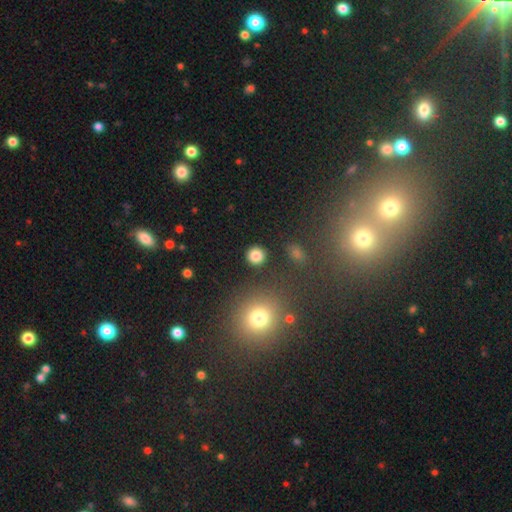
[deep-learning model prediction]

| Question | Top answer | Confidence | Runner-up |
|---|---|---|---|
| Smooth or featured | smooth | 83% | star or artifact (12%) |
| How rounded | round | 92% | in between (7%) |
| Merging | none | 89% | minor disturbance (6%) |